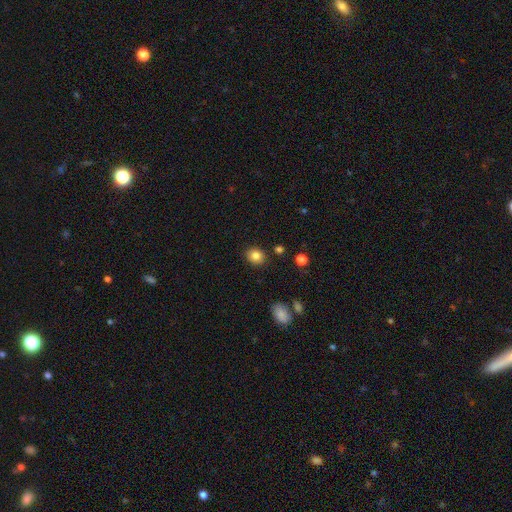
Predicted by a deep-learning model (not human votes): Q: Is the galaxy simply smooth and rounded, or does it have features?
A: smooth — 84%.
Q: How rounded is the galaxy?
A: round — 69%.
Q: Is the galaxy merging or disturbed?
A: none — 88%.